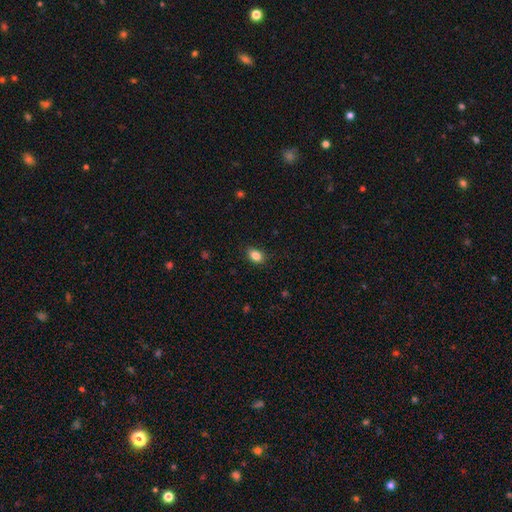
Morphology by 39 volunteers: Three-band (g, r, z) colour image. It shows a smooth galaxy with no disk features (92%) that is in between round and cigar-shaped (75%). Merging: none (89%).